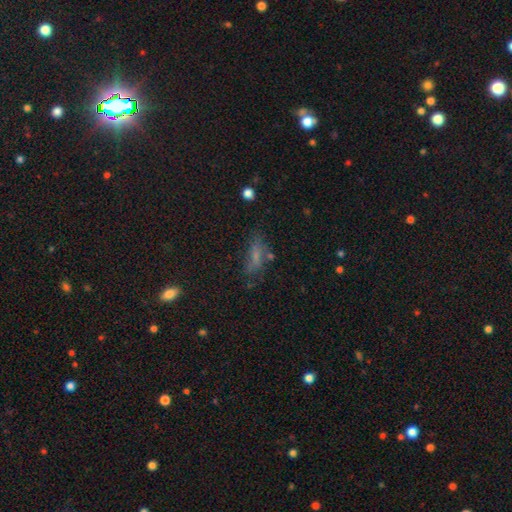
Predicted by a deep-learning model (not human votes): Overall: smooth (58%; featured or disk 24%). How rounded: in between (56%; cigar-shaped 40%). Merging: none (57%; minor disturbance 23%).